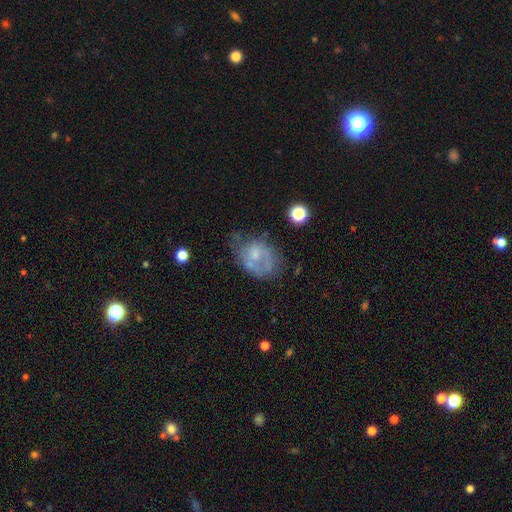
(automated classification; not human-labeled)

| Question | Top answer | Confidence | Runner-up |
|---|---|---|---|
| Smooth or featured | featured or disk | 47% | smooth (43%) |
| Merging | none | 37% | minor disturbance (30%) |